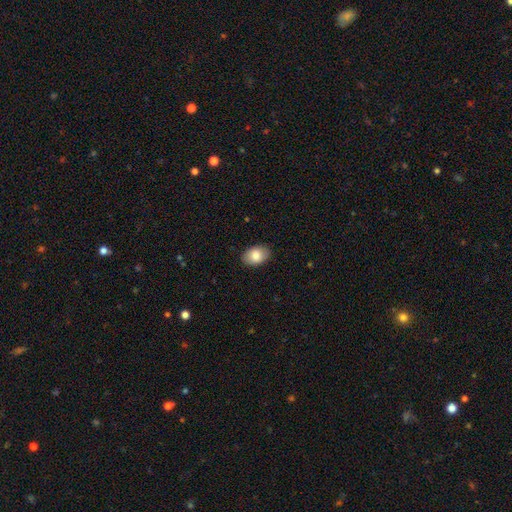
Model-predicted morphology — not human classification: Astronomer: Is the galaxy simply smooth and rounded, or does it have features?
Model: smooth — 84%.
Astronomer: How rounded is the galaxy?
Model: in between — 86%.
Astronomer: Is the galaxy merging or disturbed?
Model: none — 88%.